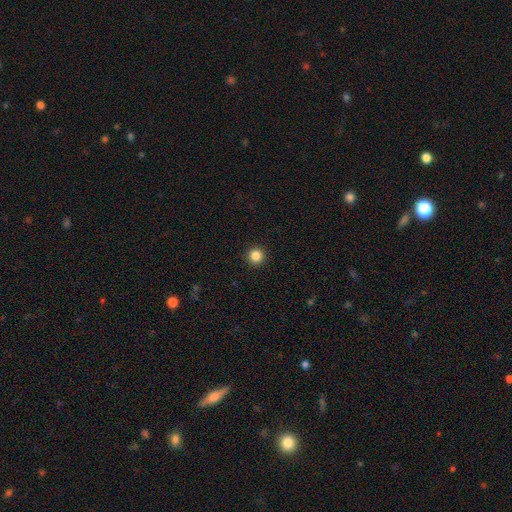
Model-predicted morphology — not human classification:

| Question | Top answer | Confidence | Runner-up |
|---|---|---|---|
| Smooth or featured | smooth | 85% | star or artifact (11%) |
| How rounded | round | 96% | in between (4%) |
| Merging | none | 93% | minor disturbance (4%) |